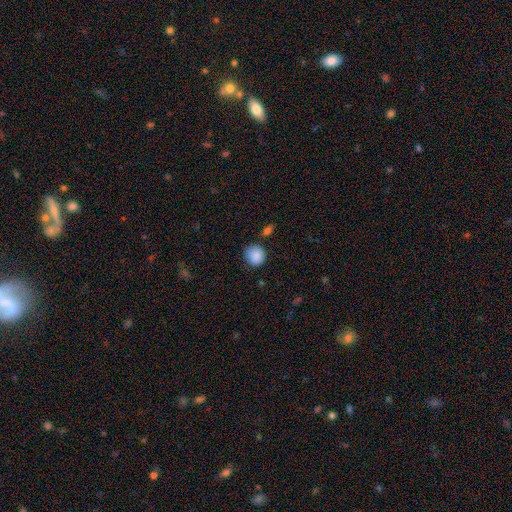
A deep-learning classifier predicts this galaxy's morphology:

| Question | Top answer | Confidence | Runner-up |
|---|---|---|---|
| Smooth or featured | smooth | 88% | star or artifact (8%) |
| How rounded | round | 89% | in between (10%) |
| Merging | none | 79% | minor disturbance (15%) |